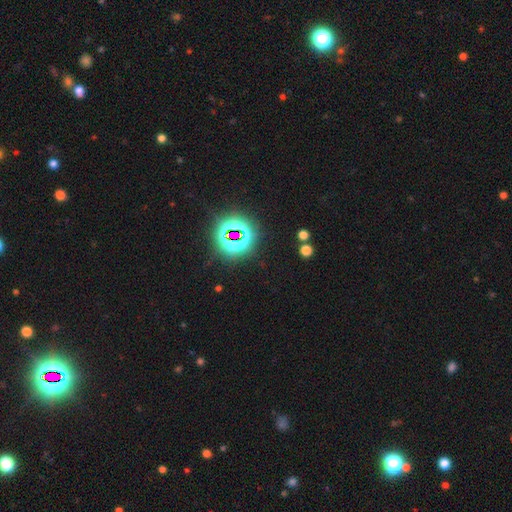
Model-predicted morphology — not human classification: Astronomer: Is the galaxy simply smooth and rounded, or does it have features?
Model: star or artifact — 80%.